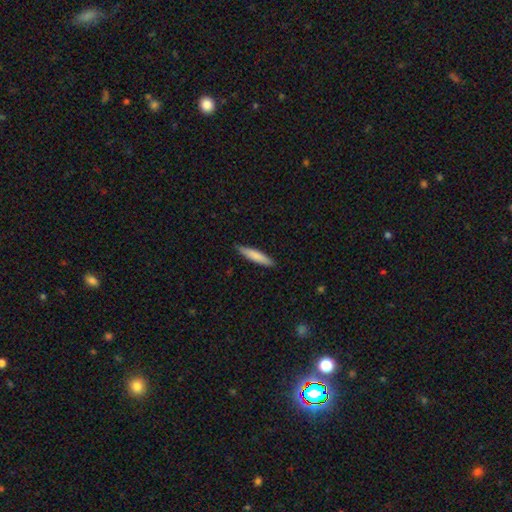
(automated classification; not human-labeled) Smooth or featured? smooth (79%)
How rounded? cigar-shaped (87%)
Merging? none (86%)